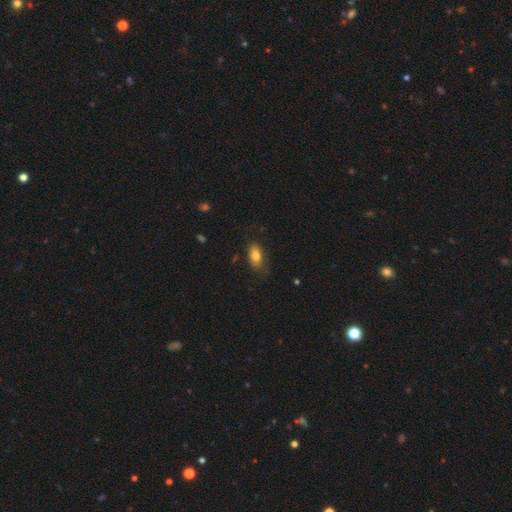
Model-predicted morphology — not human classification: Overall: smooth (79%). How rounded: in between (90%). Merging: none (73%).